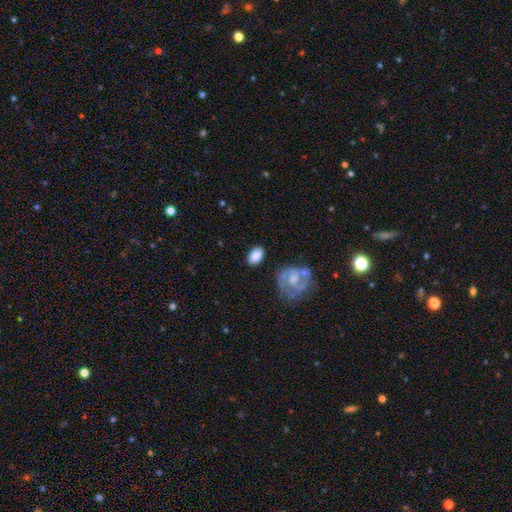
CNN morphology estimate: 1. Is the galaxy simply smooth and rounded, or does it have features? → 81% smooth, 12% featured or disk, 6% star or artifact.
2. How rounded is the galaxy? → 87% in between, 12% round, 2% cigar-shaped.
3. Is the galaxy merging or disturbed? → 77% none, 14% minor disturbance, 5% major disturbance, 4% merger.